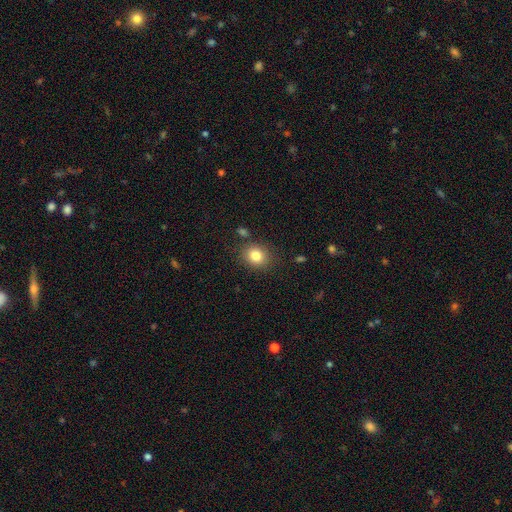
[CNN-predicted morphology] Smooth or featured? smooth (83%)
How rounded? round (68%)
Merging? none (83%)